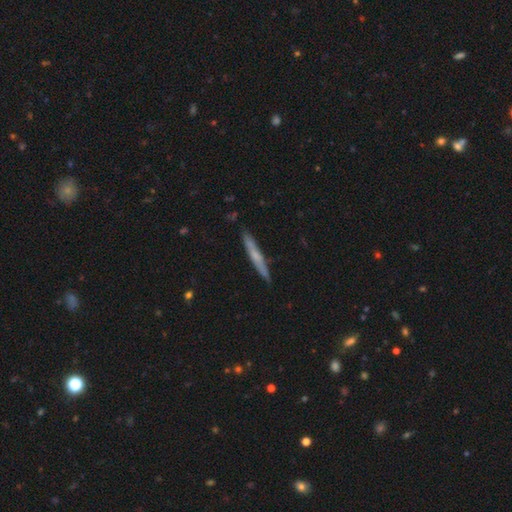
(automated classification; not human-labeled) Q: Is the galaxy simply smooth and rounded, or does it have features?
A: smooth — 49%.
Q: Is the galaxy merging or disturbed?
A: none — 88%.